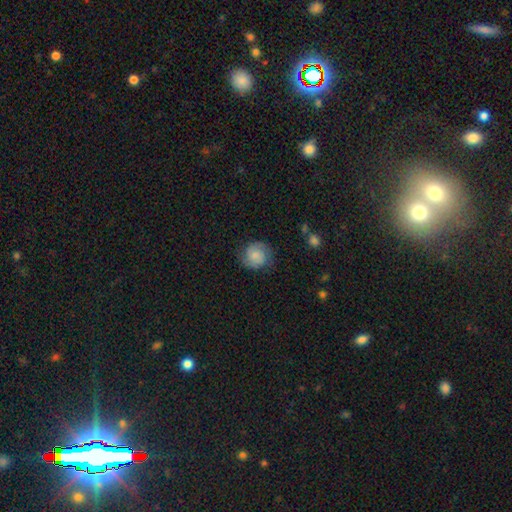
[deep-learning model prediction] This is possibly a smooth galaxy (56%). How rounded: clearly round (87%). Merging: likely none (74%).